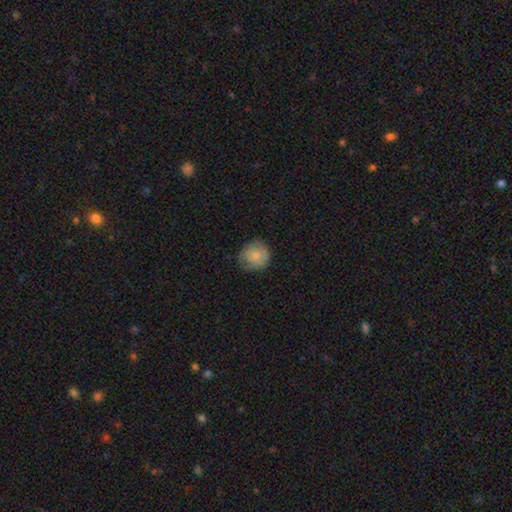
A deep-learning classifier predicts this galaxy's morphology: type=smooth (72%); roundness=round (88%); merging=none (70%).